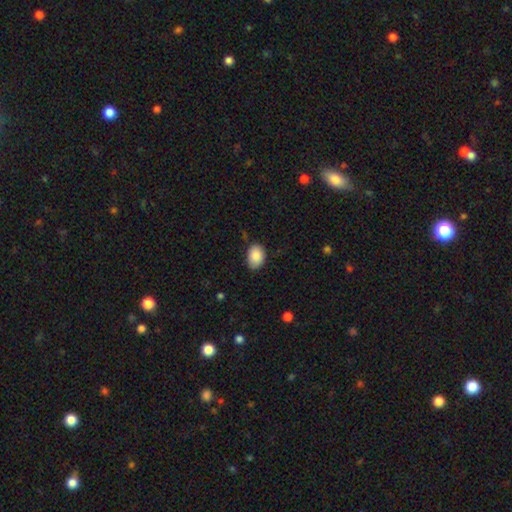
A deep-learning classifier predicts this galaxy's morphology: The model was most divided on "how rounded": in between: 81%, round: 18%, cigar-shaped: 1%. More confident: smooth or featured — smooth (89%); merging — none (80%).